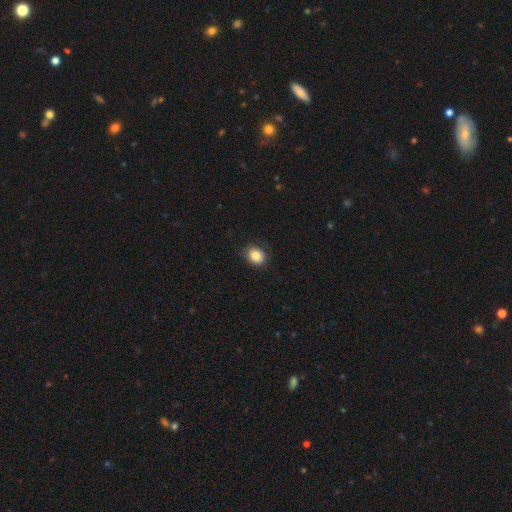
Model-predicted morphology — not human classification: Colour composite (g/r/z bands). It shows a smooth galaxy with no disk features (86%) that is round (51%). Merging: none (85%).